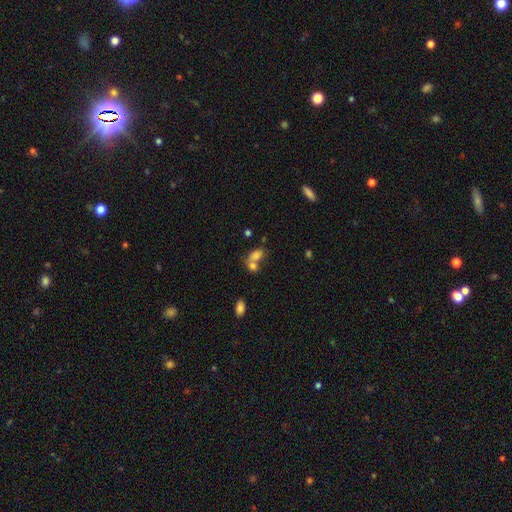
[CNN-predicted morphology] type=smooth (77%); roundness=in between (77%); merging=merger (58%).